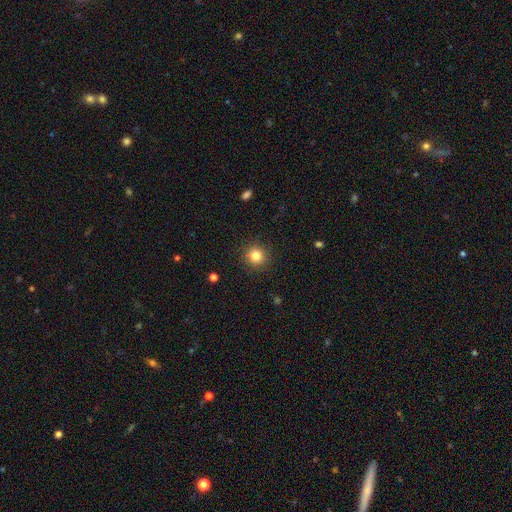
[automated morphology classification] type=smooth (83%); roundness=round (93%); merging=none (90%).